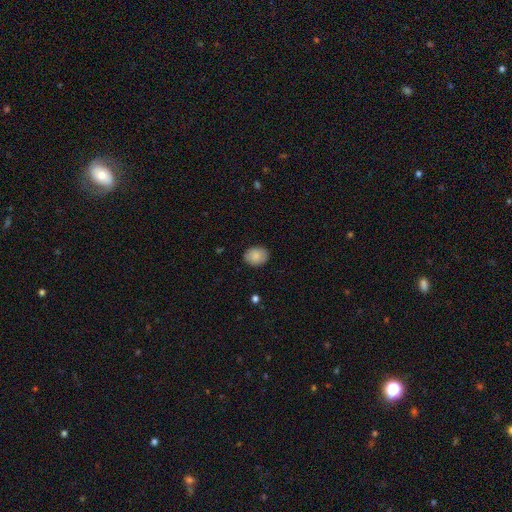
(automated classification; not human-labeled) Q: Smooth or featured?
A: smooth (87%); runner-up: star or artifact (7%)
Q: How rounded?
A: in between (54%); runner-up: round (45%)
Q: Merging?
A: none (87%); runner-up: minor disturbance (10%)